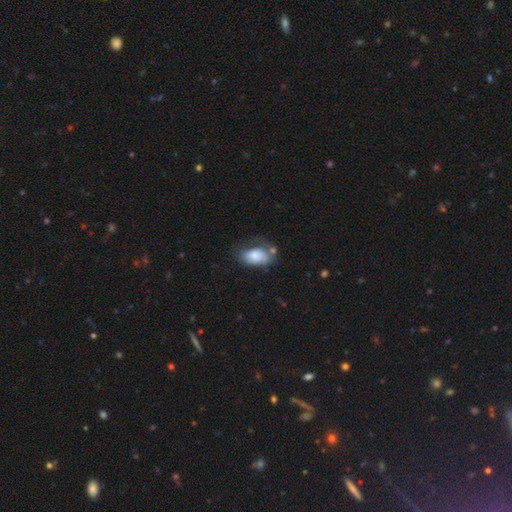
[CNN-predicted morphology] smooth-or-featured: smooth: 69% | featured or disk: 23% | star or artifact: 8%
  how-rounded: in between: 91% | round: 7% | cigar-shaped: 2%
  merging: none: 36% | minor disturbance: 31% | major disturbance: 22% | merger: 11%